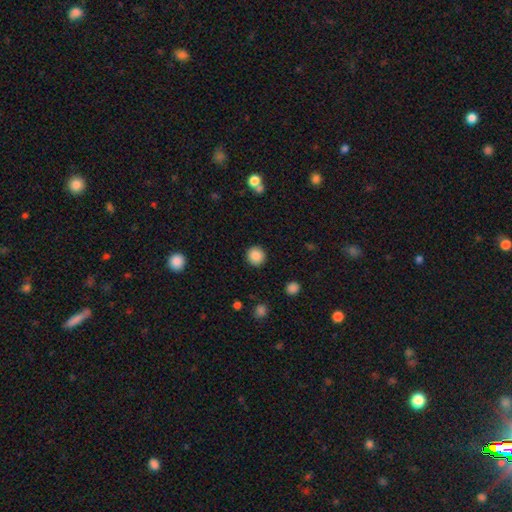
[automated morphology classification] smooth-or-featured: smooth: 87% | star or artifact: 9% | featured or disk: 3%
  how-rounded: round: 93% | in between: 6% | cigar-shaped: 1%
  merging: none: 91% | minor disturbance: 5% | major disturbance: 2% | merger: 1%